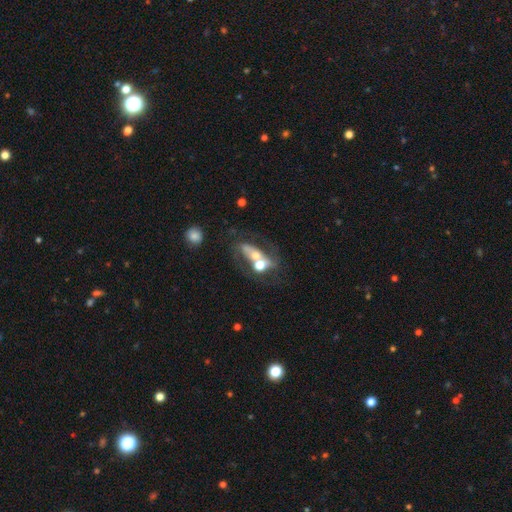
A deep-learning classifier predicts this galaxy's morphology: This is possibly a featured or disk galaxy (51%). It is clearly not viewed edge-on (86%). Merging: possibly merger (49%).